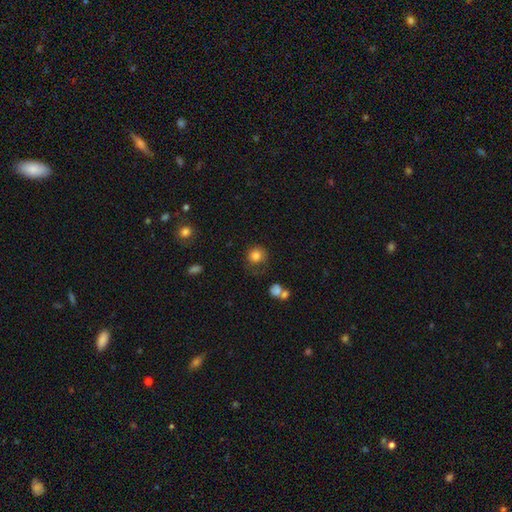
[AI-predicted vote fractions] This appears to be a smooth galaxy with no disk features (82%) that is round (85%). Merging: none (66%).